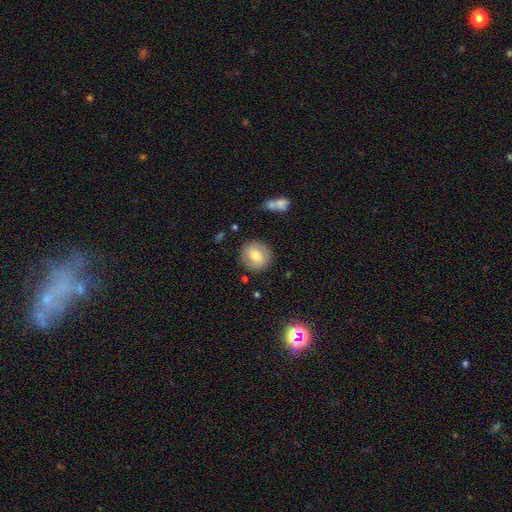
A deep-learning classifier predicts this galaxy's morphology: smooth_or_featured: smooth (p=0.66) [alt: featured or disk p=0.26]
how_rounded: round (p=0.88) [alt: in between p=0.11]
merging: none (p=0.85) [alt: minor disturbance p=0.09]